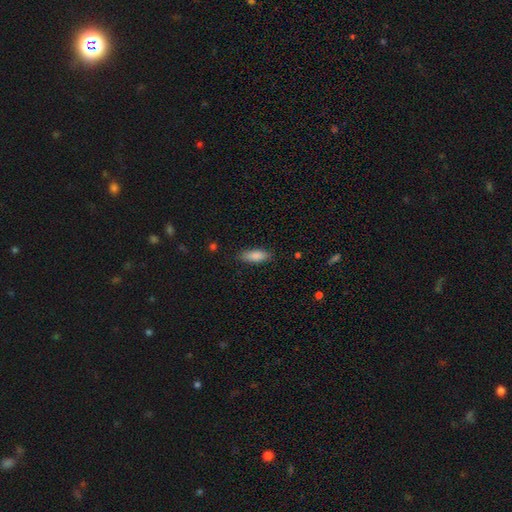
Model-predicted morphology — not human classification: Smooth or featured: smooth — 86% (featured or disk — 7%)
How rounded: in between — 68% (cigar-shaped — 30%)
Merging: none — 85% (minor disturbance — 11%)